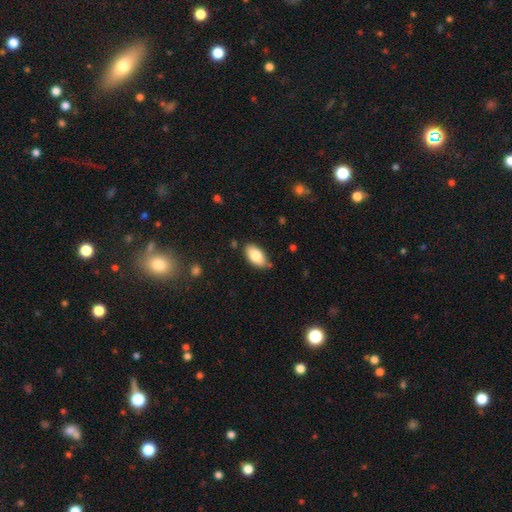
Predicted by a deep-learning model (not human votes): Smooth or featured? Predicted: smooth (p=0.80). How rounded? Predicted: in between (p=0.94). Merging? Predicted: none (p=0.81).